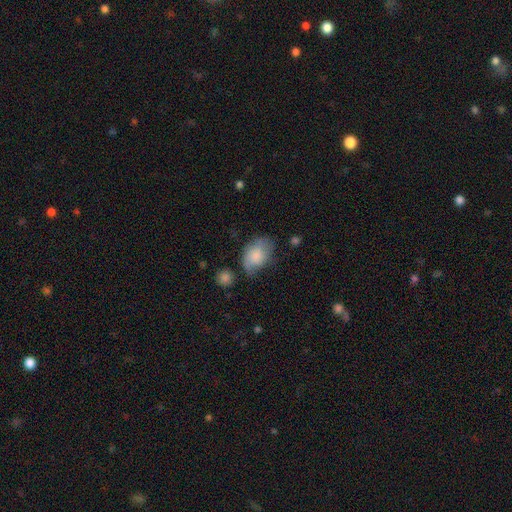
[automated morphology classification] This is likely a smooth galaxy (73%). How rounded: clearly in between (83%). Merging: possibly none (48%).